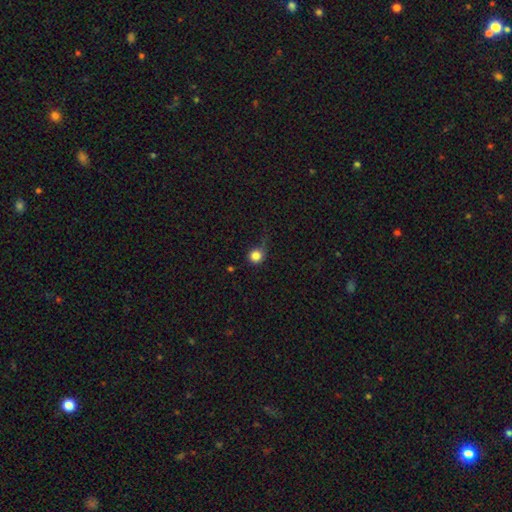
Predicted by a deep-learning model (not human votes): The model was most divided on "merging": none: 57%, minor disturbance: 25%, major disturbance: 15%, merger: 3%. More confident: how rounded — round (92%); smooth or featured — smooth (84%).